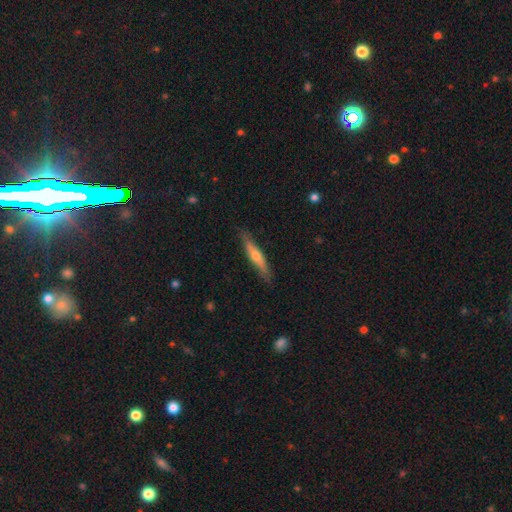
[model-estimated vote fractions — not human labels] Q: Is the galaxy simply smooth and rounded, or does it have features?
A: featured or disk — 57%.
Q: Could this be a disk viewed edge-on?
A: yes — 93%.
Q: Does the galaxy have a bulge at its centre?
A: rounded — 81%.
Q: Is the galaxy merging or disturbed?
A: none — 86%.